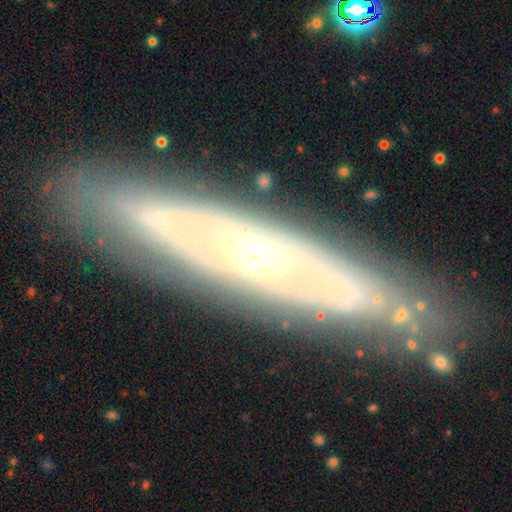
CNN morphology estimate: Smooth or featured? Predicted: featured or disk (p=0.80). Edge-on disk? Predicted: no (p=0.64). Bar? Predicted: no (p=0.76). Spiral arms? Predicted: yes (p=0.66). Bulge size? Predicted: small (p=0.76). Merging? Predicted: none (p=0.83).